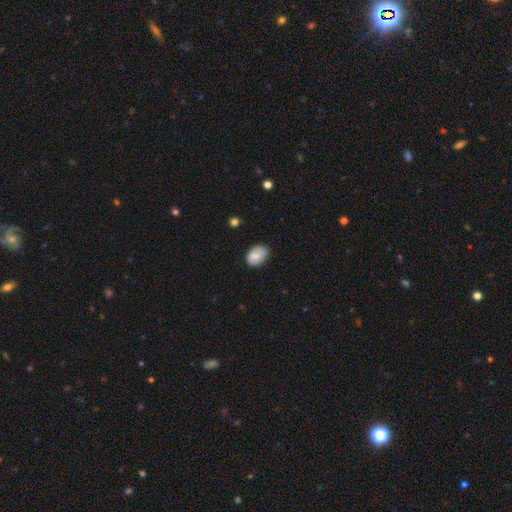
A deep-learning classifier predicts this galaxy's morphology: This is clearly a smooth galaxy (82%). How rounded: clearly in between (82%). Merging: likely none (76%).